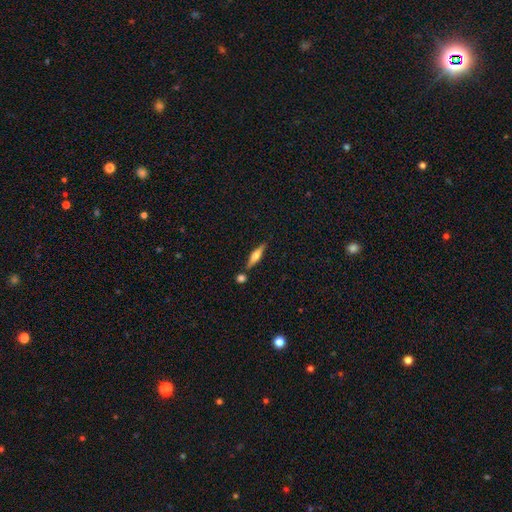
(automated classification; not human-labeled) This appears to be a featured or disk galaxy (52%) viewed edge-on (95%). Merging: none (76%).